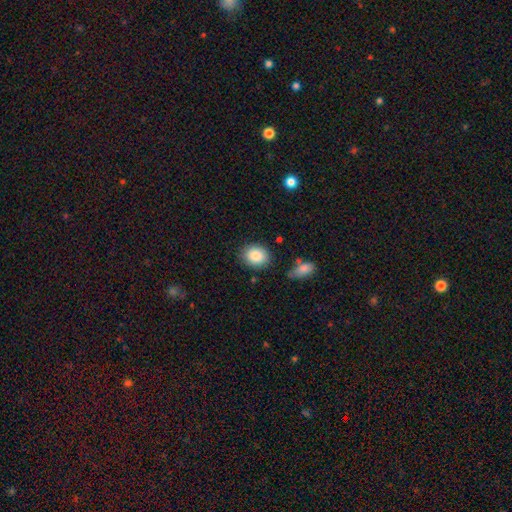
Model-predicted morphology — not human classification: Overall: smooth (86%). How rounded: round (53%; in between 46%). Merging: none (81%).